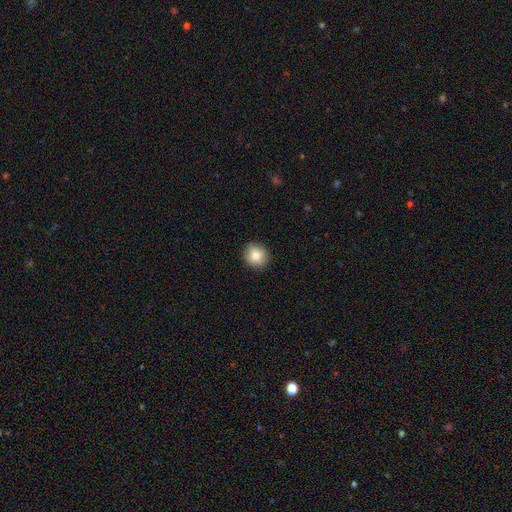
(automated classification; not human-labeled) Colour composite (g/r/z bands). It shows a smooth galaxy with no disk features (80%) that is round (85%). Merging: none (90%).